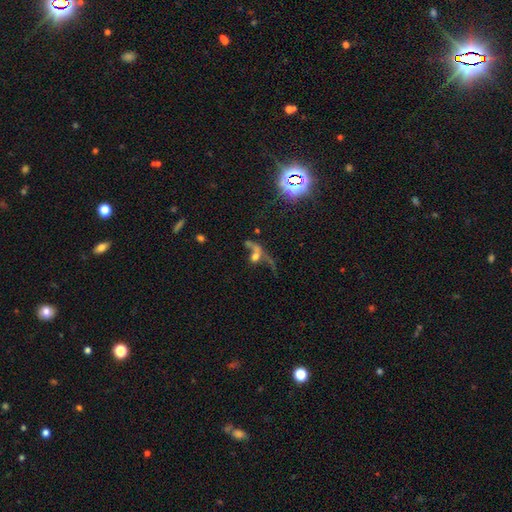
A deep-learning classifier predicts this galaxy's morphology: This is marginally a smooth galaxy (36%, tied with featured or disk). Merging: marginally merger (39%).